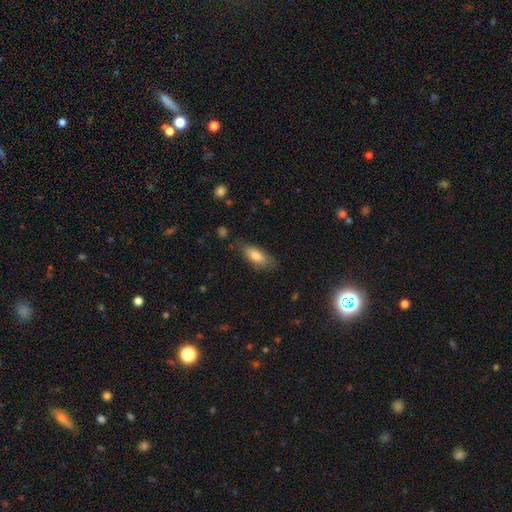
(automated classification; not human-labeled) Smooth or featured? smooth (79%)
How rounded? in between (73%)
Merging? none (72%)